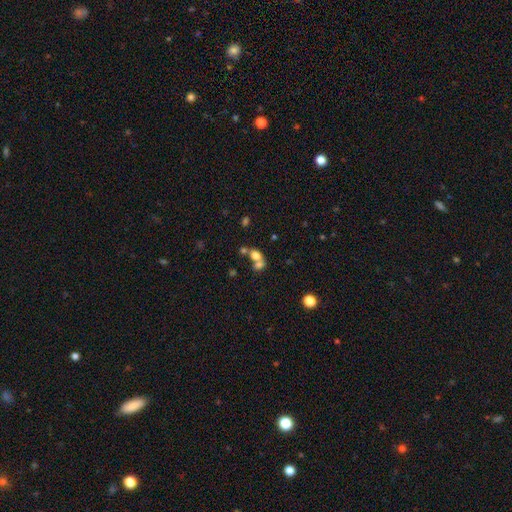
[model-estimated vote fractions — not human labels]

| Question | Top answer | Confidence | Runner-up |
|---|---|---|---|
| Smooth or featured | smooth | 69% | featured or disk (18%) |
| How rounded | in between | 53% | round (45%) |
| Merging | merger | 63% | none (25%) |